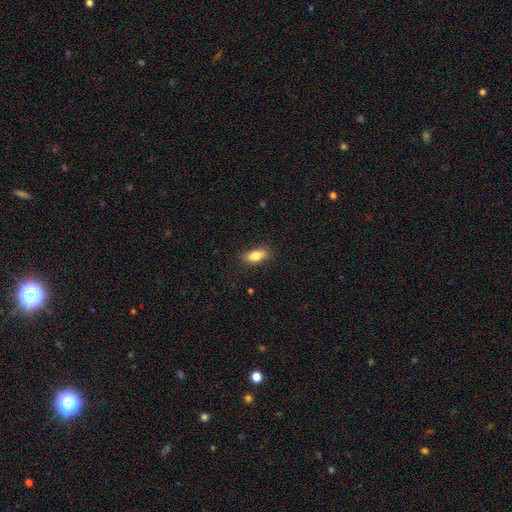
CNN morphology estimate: The model was most divided on "smooth or featured": smooth: 82%, featured or disk: 11%, star or artifact: 8%. More confident: merging — none (87%); how rounded — in between (86%).